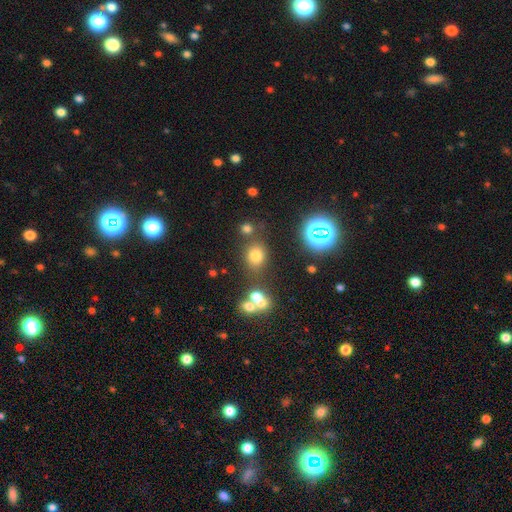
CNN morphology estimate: The model was most divided on "how rounded": round: 62%, in between: 37%, cigar-shaped: 1%. More confident: merging — none (70%); smooth or featured — smooth (69%).